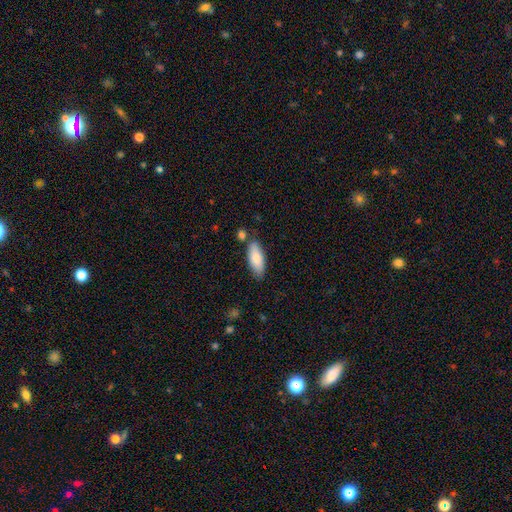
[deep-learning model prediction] smooth 82%, featured or disk 12%, star or artifact 6%. Down the decision tree: how rounded — in between (73%); merging — none (76%).